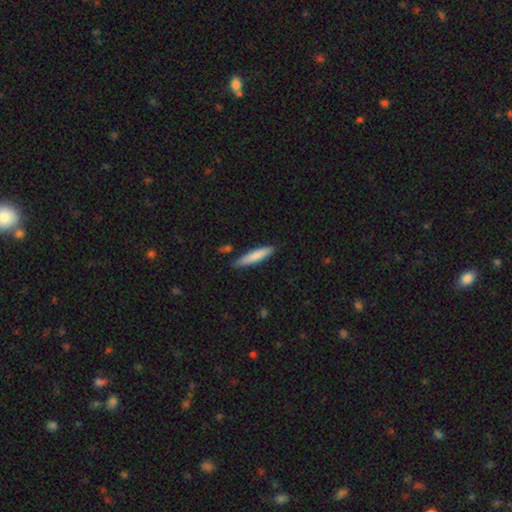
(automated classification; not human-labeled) Smooth or featured? Predicted: smooth (p=0.79). How rounded? Predicted: cigar-shaped (p=0.88). Merging? Predicted: none (p=0.82).